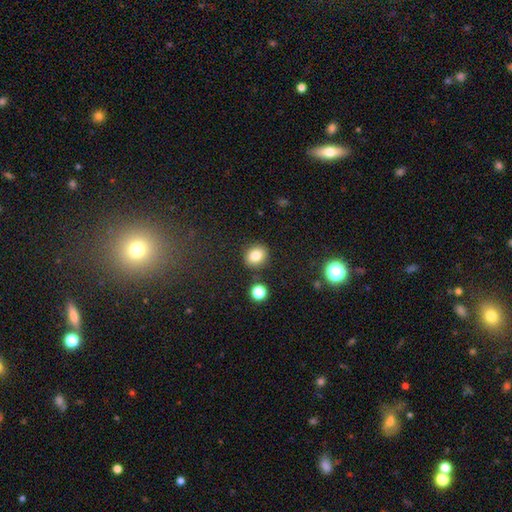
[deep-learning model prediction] smooth 81%, star or artifact 11%, featured or disk 8%. Down the decision tree: how rounded — round (68%); merging — none (84%).